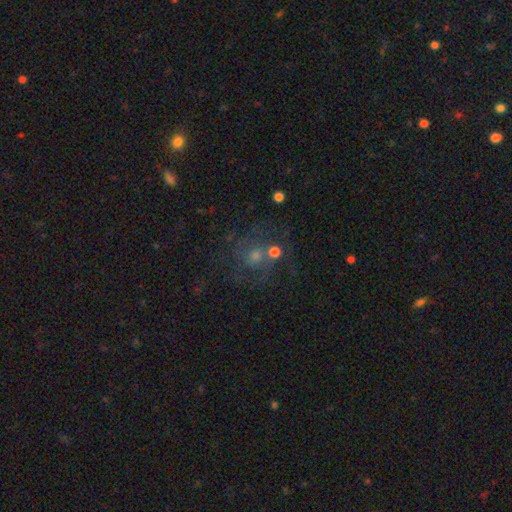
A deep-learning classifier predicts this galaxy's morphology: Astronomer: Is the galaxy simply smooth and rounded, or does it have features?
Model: featured or disk — 50% (runner-up: smooth, 33%).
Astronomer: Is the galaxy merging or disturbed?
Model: none — 54%.